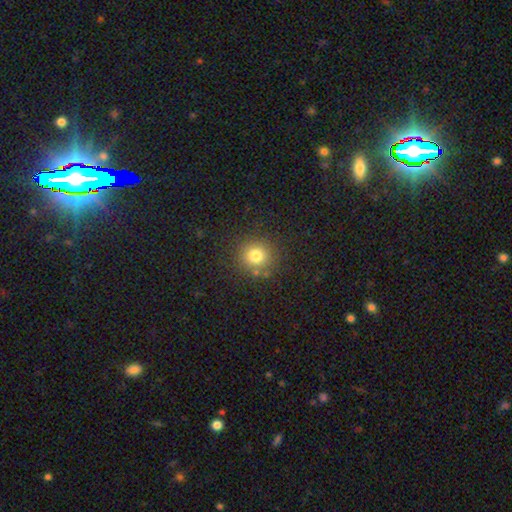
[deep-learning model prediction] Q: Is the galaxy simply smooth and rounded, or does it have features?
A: smooth — 78%.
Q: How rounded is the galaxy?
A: round — 91%.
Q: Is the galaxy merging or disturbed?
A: none — 85%.